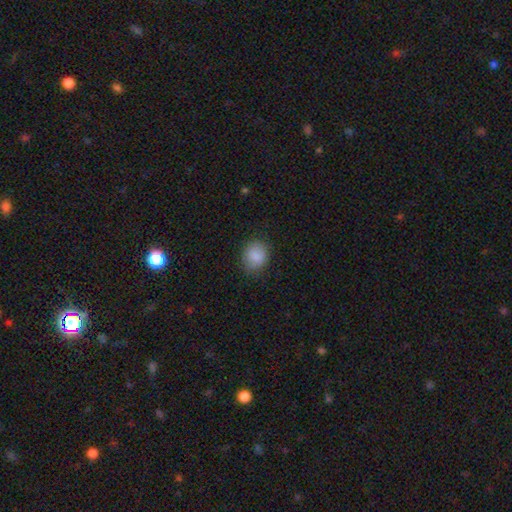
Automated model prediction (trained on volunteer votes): Overall: smooth (87%). How rounded: round (67%; in between 32%). Merging: none (81%).